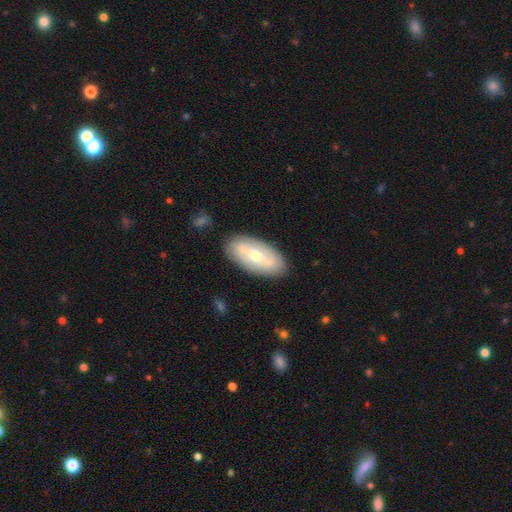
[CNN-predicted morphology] Smooth or featured: featured or disk — 50% (smooth — 44%)
Edge-on disk: no — 86% (yes — 14%)
Merging: none — 84% (minor disturbance — 11%)